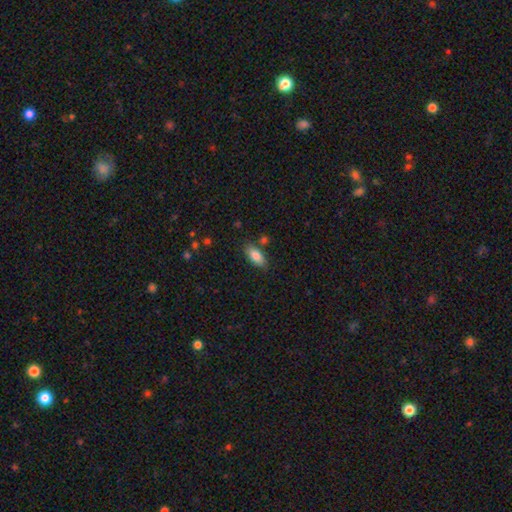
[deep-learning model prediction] This is clearly a smooth galaxy (83%). How rounded: clearly in between (86%). Merging: likely none (80%).